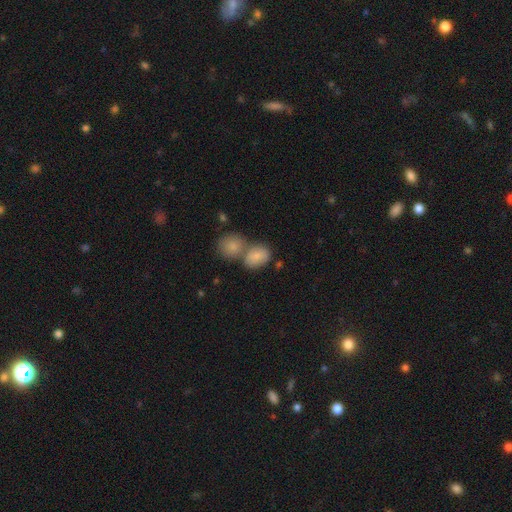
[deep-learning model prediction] smooth 73%, featured or disk 14%, star or artifact 13%. Down the decision tree: how rounded — in between (55%); merging — merger (45%).